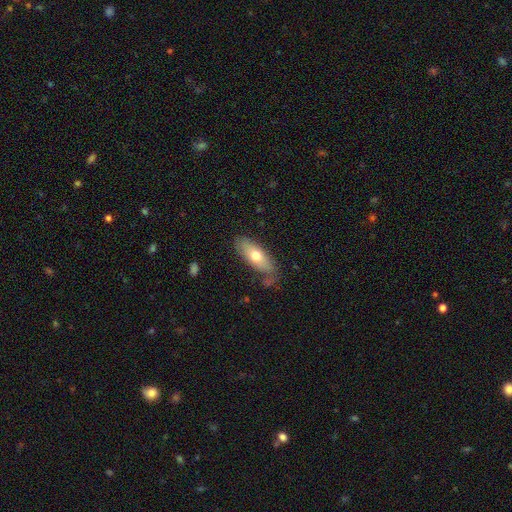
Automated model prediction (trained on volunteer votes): smooth 65%, featured or disk 29%, star or artifact 6%. Down the decision tree: how rounded — in between (70%); merging — none (70%).